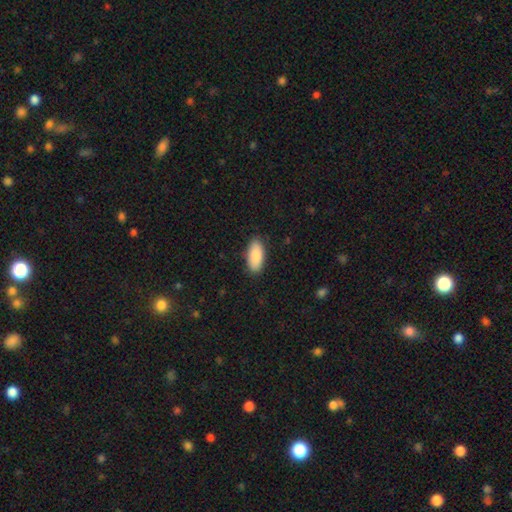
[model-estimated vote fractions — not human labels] A smooth galaxy with no disk features (88%) that is in between round and cigar-shaped (88%).

Vote fractions:
- Smooth or featured? smooth: 88% / featured or disk: 7% / star or artifact: 6%
- How rounded? in between: 88% / cigar-shaped: 10% / round: 2%
- Merging? none: 87% / minor disturbance: 10% / major disturbance: 2% / merger: 1%